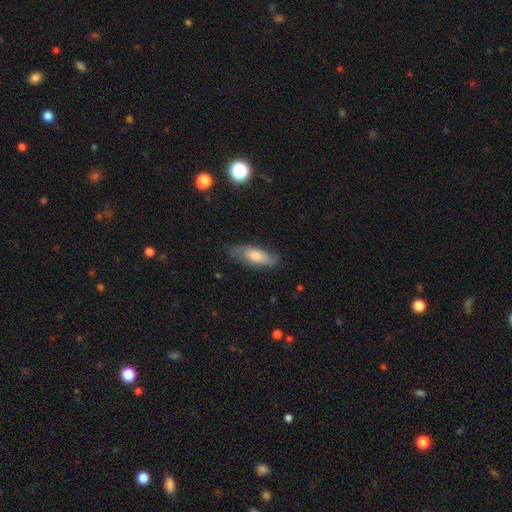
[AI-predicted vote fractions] The model was most divided on "smooth or featured": featured or disk: 48%, smooth: 44%, star or artifact: 8%. More confident: merging — none (75%).